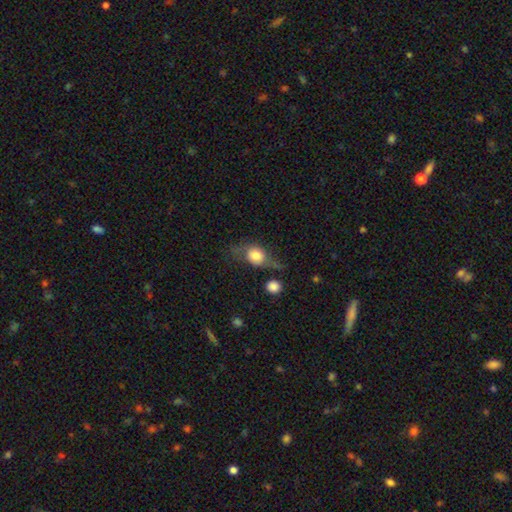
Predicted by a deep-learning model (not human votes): This is likely a smooth galaxy (64%). How rounded: possibly round (49%). Merging: possibly none (45%).